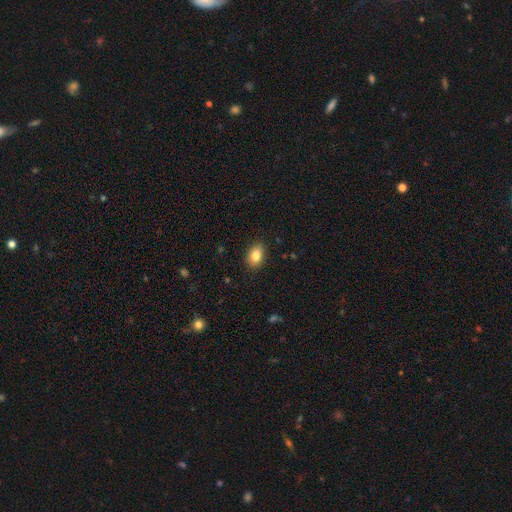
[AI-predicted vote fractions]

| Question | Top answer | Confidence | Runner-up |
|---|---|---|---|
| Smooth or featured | smooth | 83% | star or artifact (8%) |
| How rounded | in between | 82% | round (16%) |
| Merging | none | 88% | minor disturbance (9%) |